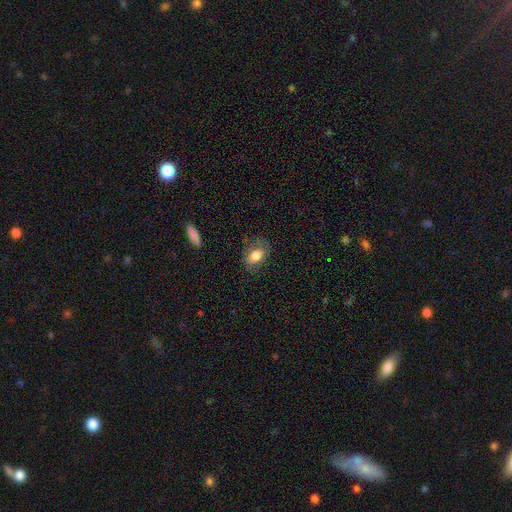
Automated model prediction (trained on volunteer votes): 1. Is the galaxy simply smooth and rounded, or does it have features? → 76% smooth, 17% featured or disk, 8% star or artifact.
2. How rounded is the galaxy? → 81% in between, 17% round, 2% cigar-shaped.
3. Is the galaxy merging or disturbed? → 70% none, 20% minor disturbance, 8% major disturbance, 1% merger.